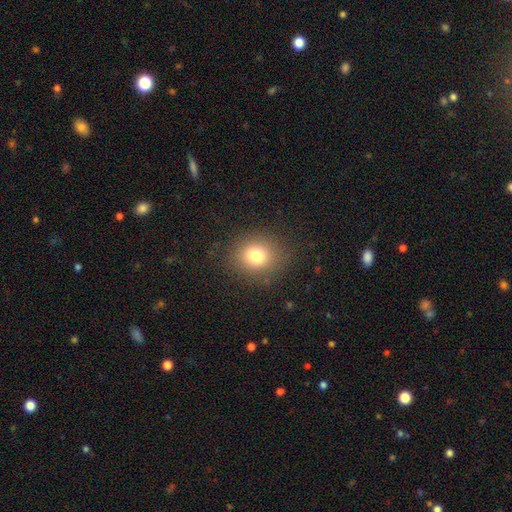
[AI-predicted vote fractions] A smooth galaxy with no disk features (78%) that is round (71%).

Vote fractions:
- Smooth or featured? smooth: 78% / star or artifact: 13% / featured or disk: 9%
- How rounded? round: 71% / in between: 28% / cigar-shaped: 1%
- Merging? none: 85% / minor disturbance: 10% / major disturbance: 5% / merger: 1%